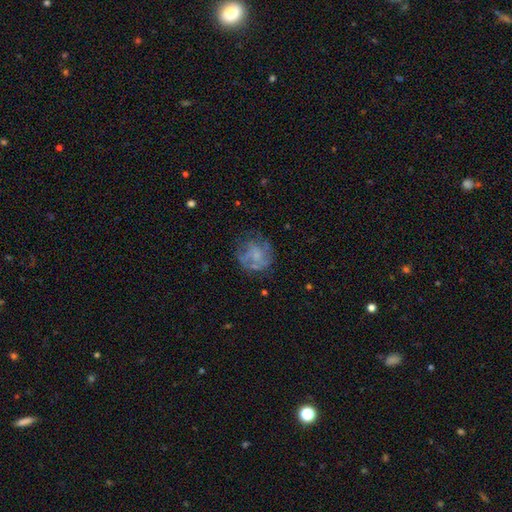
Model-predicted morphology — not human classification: Smooth or featured? featured or disk (56%)
Edge-on disk? no (98%)
Bar? no (77%)
Spiral arms? yes (54%)
Bulge size? none (44%)
Merging? none (60%)